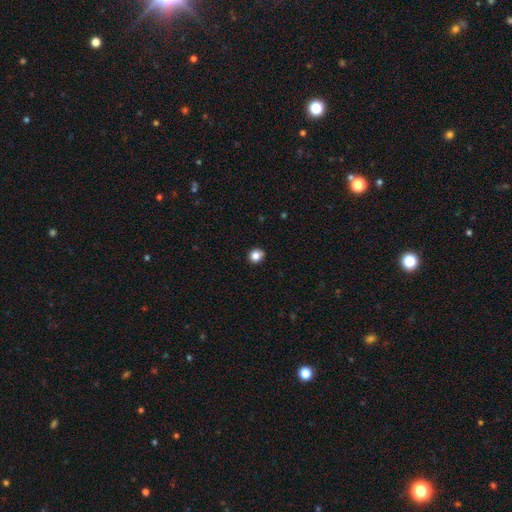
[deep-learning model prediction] Smooth or featured?
  - smooth: 84% *
  - star or artifact: 11%
  - featured or disk: 5%
How rounded?
  - round: 82% *
  - in between: 17%
  - cigar-shaped: 1%
Merging?
  - none: 87% *
  - minor disturbance: 10%
  - major disturbance: 2%
  - merger: 1%